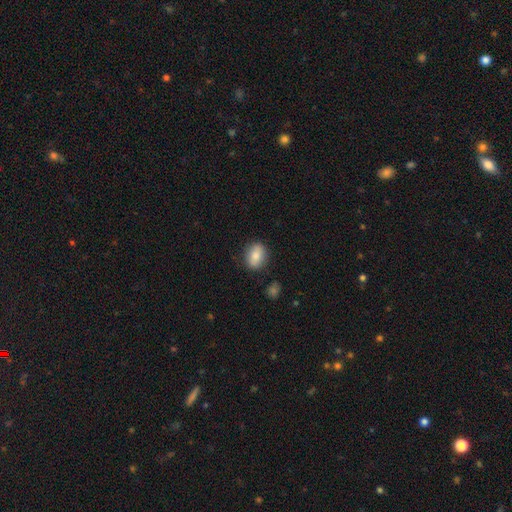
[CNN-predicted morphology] This is clearly a smooth galaxy (82%). How rounded: likely in between (66%). Merging: clearly none (84%).